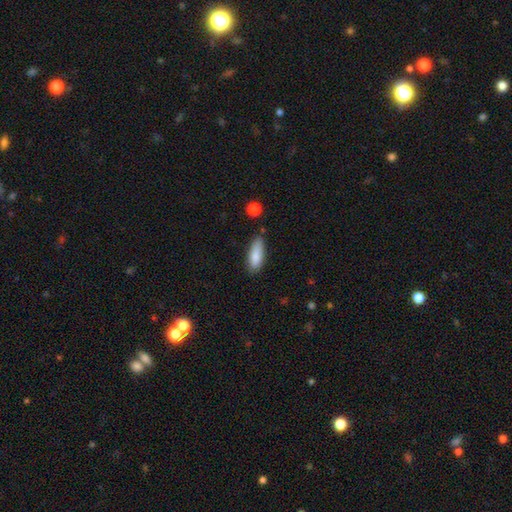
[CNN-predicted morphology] This is clearly a smooth galaxy (85%). How rounded: likely in between (67%). Merging: likely none (73%).